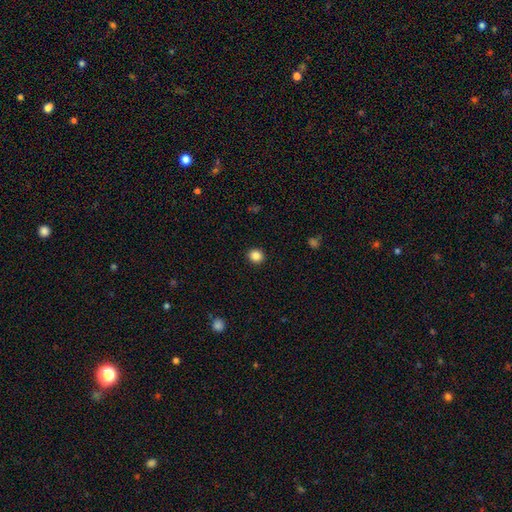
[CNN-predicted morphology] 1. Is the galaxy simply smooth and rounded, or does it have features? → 87% smooth, 10% star or artifact, 3% featured or disk.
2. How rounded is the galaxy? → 86% round, 13% in between, 1% cigar-shaped.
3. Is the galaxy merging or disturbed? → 92% none, 5% minor disturbance, 2% major disturbance, 1% merger.